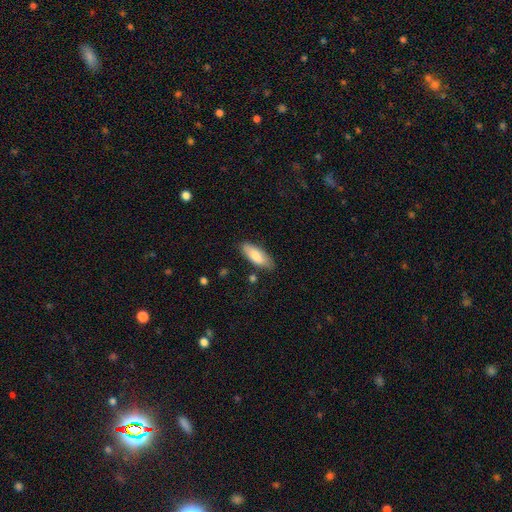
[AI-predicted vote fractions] smooth 82%, featured or disk 12%, star or artifact 6%. Down the decision tree: how rounded — in between (73%); merging — none (80%).